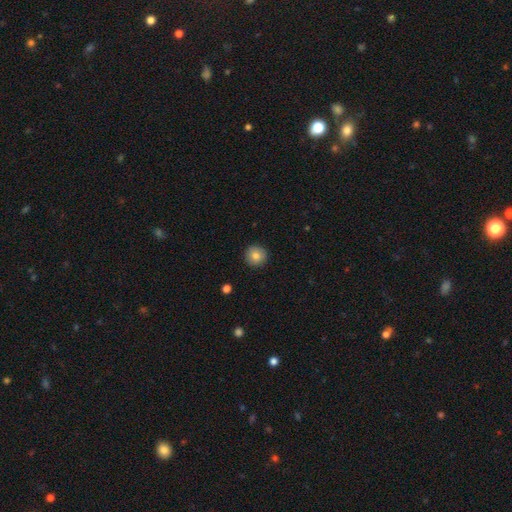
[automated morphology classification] Smooth or featured? smooth (82%)
How rounded? round (95%)
Merging? none (92%)